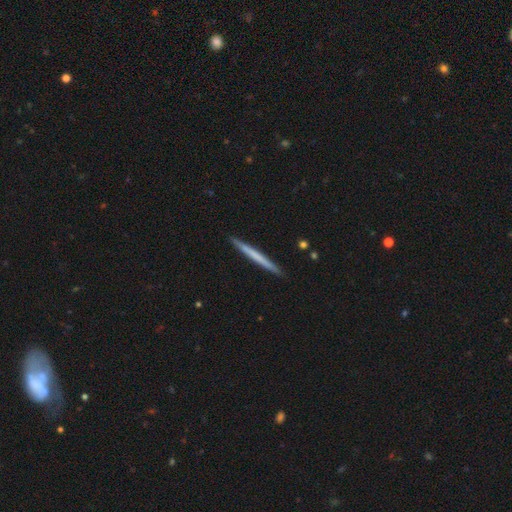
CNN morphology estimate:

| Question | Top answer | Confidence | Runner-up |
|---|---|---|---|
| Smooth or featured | smooth | 52% | featured or disk (43%) |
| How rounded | cigar-shaped | 97% | in between (2%) |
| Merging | none | 92% | minor disturbance (6%) |